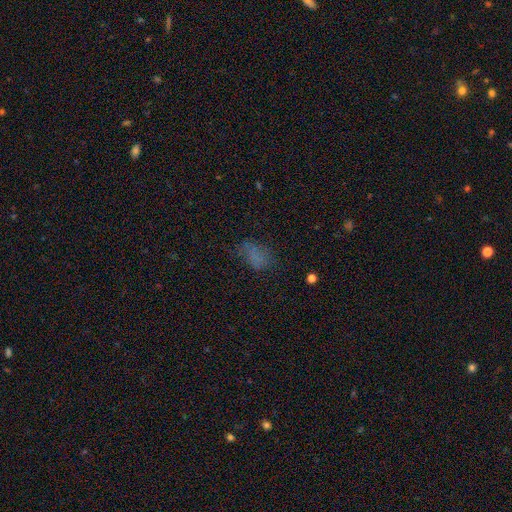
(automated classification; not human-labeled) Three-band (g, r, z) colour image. It shows a smooth galaxy with no disk features (65%) that is in between round and cigar-shaped (85%). Merging: none (53%).